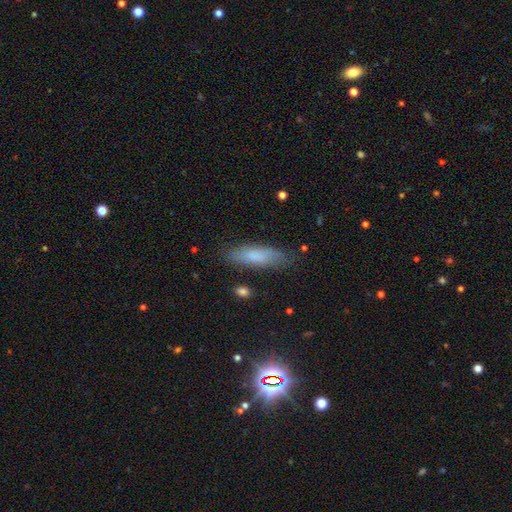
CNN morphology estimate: smooth_or_featured: smooth (p=0.77) [alt: featured or disk p=0.16]
how_rounded: cigar-shaped (p=0.55) [alt: in between p=0.43]
merging: none (p=0.79) [alt: minor disturbance p=0.16]